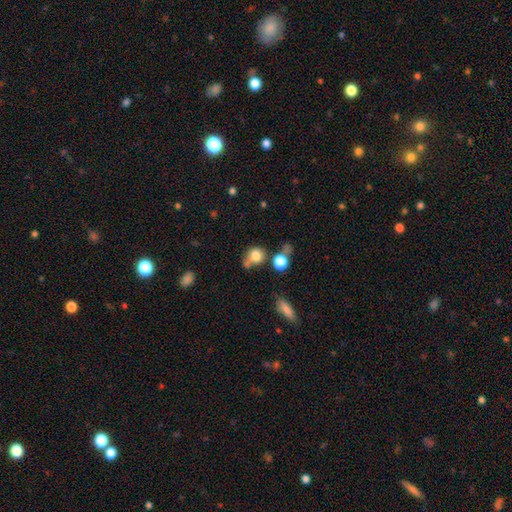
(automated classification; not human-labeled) This is likely a smooth galaxy (77%). How rounded: likely round (64%). Merging: marginally none (41%).